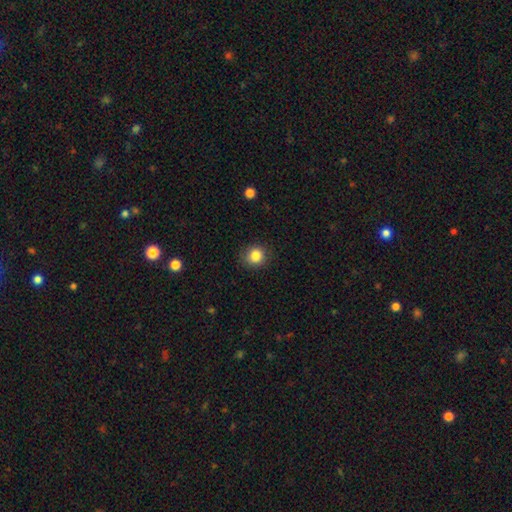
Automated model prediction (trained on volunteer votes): Overall: smooth (85%). How rounded: round (87%). Merging: none (86%).